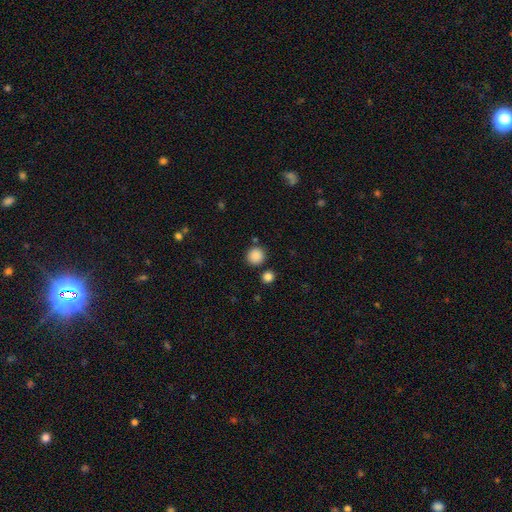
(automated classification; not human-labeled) smooth 87%, star or artifact 10%, featured or disk 3%. Down the decision tree: how rounded — round (93%); merging — none (84%).